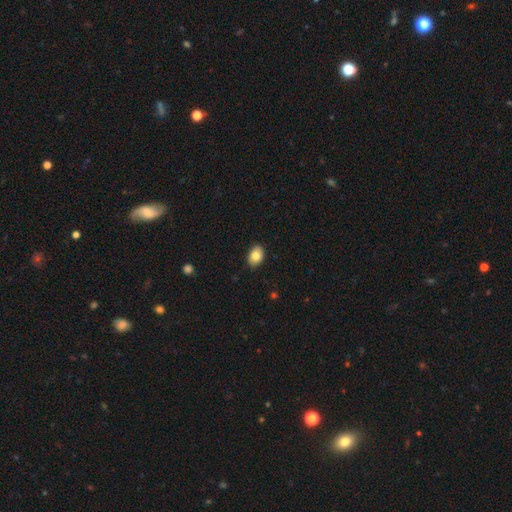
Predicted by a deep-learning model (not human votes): Smooth or featured? smooth (83%)
How rounded? in between (81%)
Merging? none (87%)